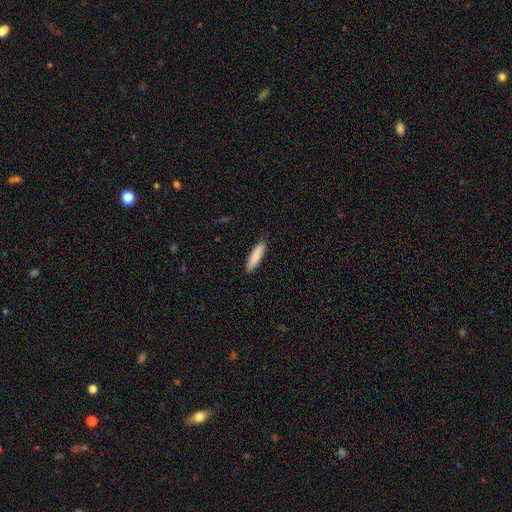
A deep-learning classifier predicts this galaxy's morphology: Q: Smooth or featured?
A: smooth (86%); runner-up: featured or disk (9%)
Q: How rounded?
A: cigar-shaped (74%); runner-up: in between (25%)
Q: Merging?
A: none (89%); runner-up: minor disturbance (8%)